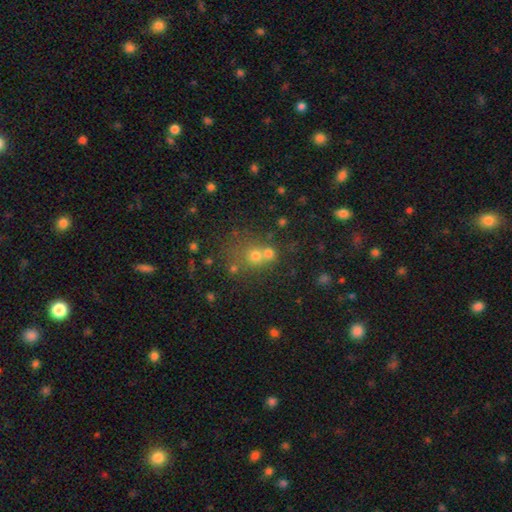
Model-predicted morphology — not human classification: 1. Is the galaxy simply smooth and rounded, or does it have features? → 60% smooth, 25% star or artifact, 15% featured or disk.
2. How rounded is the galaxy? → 83% round, 16% in between, 1% cigar-shaped.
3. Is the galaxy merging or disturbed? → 46% none, 43% merger, 7% minor disturbance, 4% major disturbance.